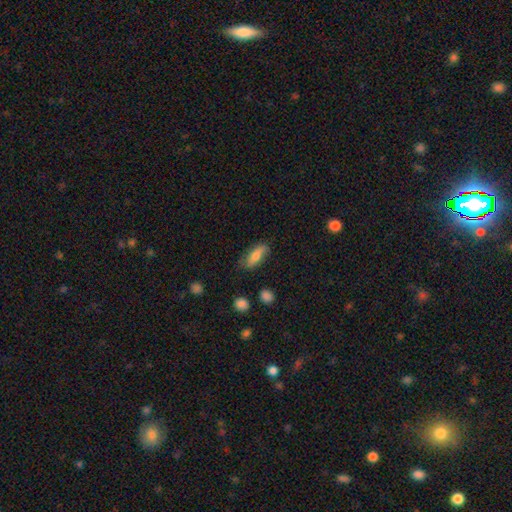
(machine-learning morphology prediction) Smooth or featured: smooth — 68% (featured or disk — 24%)
How rounded: in between — 67% (cigar-shaped — 29%)
Merging: none — 73% (minor disturbance — 20%)